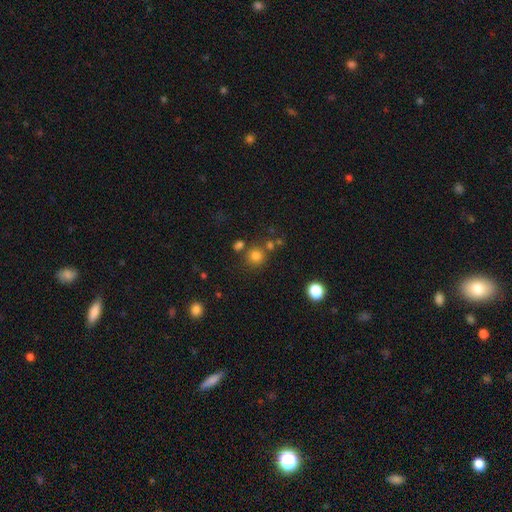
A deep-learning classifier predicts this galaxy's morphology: smooth_or_featured: smooth (p=0.77) [alt: star or artifact p=0.16]
how_rounded: round (p=0.90) [alt: in between p=0.09]
merging: none (p=0.73) [alt: merger p=0.13]